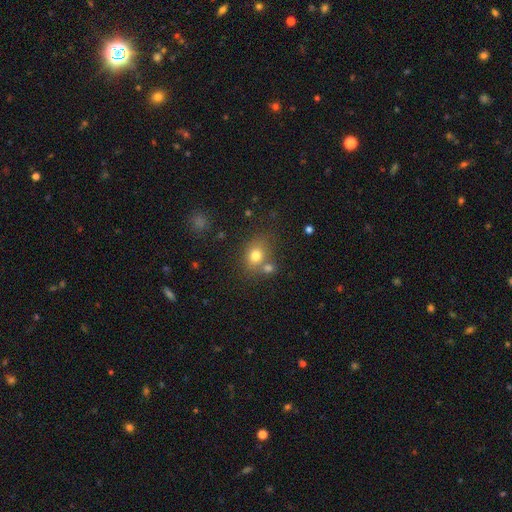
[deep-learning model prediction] Morphology: type=smooth (77%); roundness=round (53%); merging=none (58%).